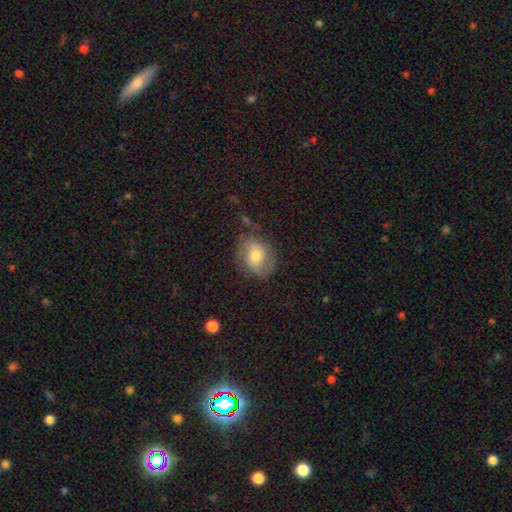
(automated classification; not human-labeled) Smooth or featured? Predicted: featured or disk (p=0.48). Merging? Predicted: none (p=0.70).